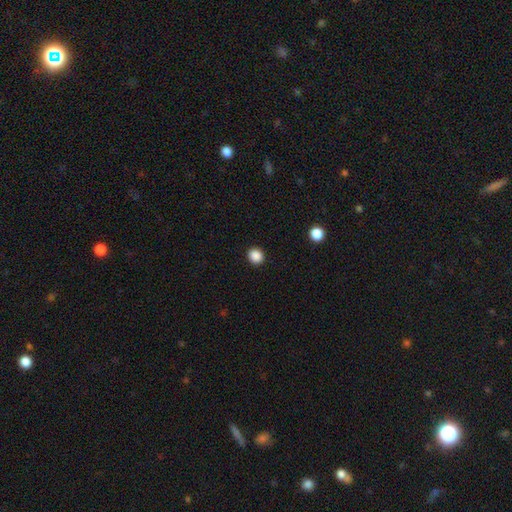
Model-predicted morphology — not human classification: This appears to be a smooth galaxy with no disk features (88%) that is round (84%). Merging: none (92%).